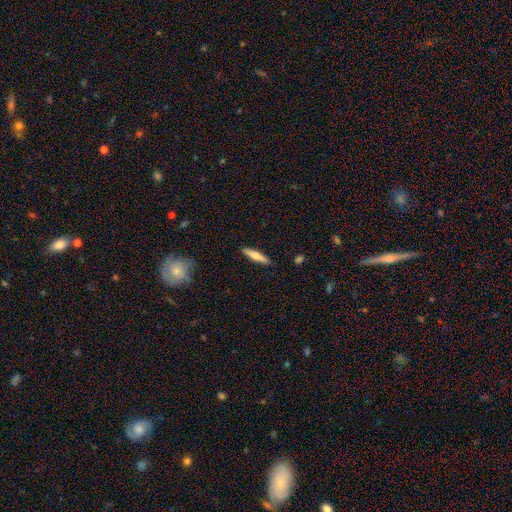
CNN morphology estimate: Smooth or featured?
  - smooth: 64% *
  - featured or disk: 30%
  - star or artifact: 6%
How rounded?
  - cigar-shaped: 83% *
  - in between: 16%
  - round: 2%
Merging?
  - none: 89% *
  - minor disturbance: 8%
  - major disturbance: 2%
  - merger: 1%